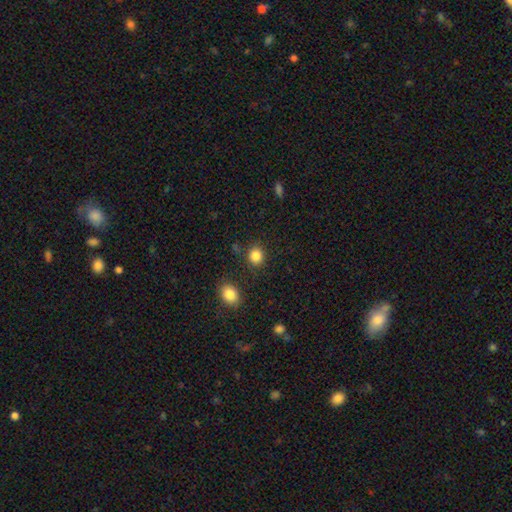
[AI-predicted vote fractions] Morphology: type=smooth (85%); roundness=round (83%); merging=none (86%).